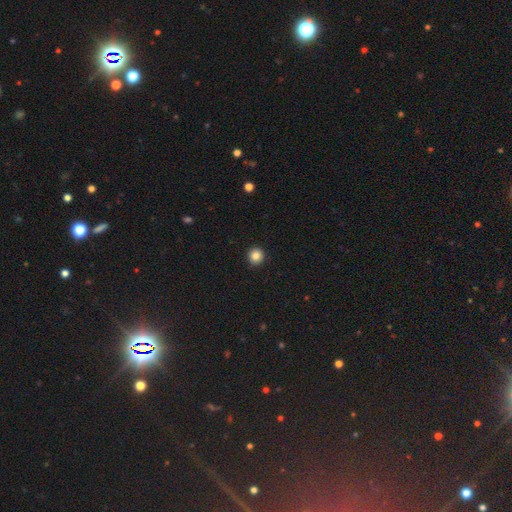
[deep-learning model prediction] Q: Smooth or featured?
A: smooth (85%); runner-up: star or artifact (10%)
Q: How rounded?
A: round (92%); runner-up: in between (7%)
Q: Merging?
A: none (93%); runner-up: minor disturbance (5%)